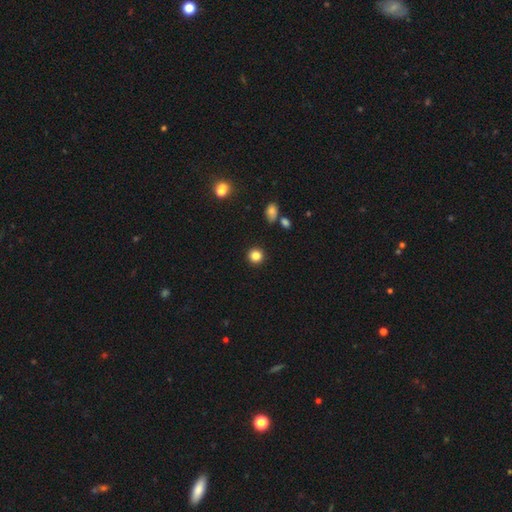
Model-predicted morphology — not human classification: A smooth galaxy with no disk features (85%) that is round (94%).

Vote fractions:
- Smooth or featured? smooth: 85% / star or artifact: 11% / featured or disk: 4%
- How rounded? round: 94% / in between: 5% / cigar-shaped: 1%
- Merging? none: 92% / minor disturbance: 5% / major disturbance: 2% / merger: 2%